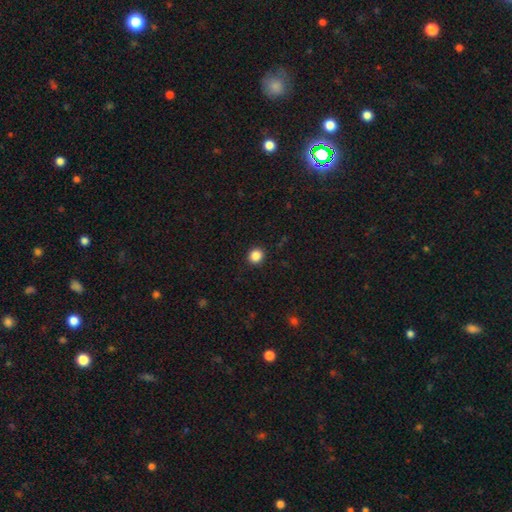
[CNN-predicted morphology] smooth 86%, star or artifact 10%, featured or disk 3%. Down the decision tree: how rounded — round (89%); merging — none (92%).